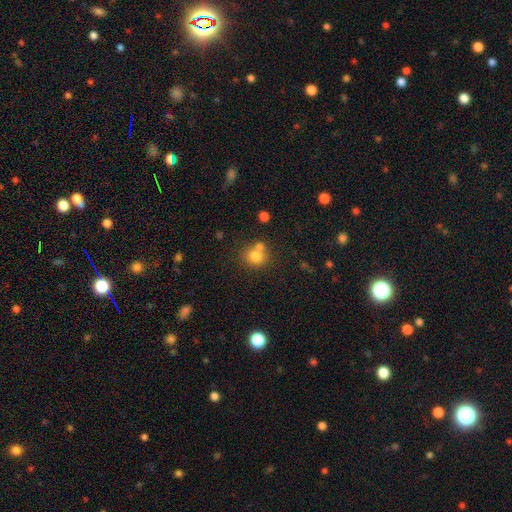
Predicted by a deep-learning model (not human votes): Smooth or featured? smooth (77%)
How rounded? round (81%)
Merging? none (54%)